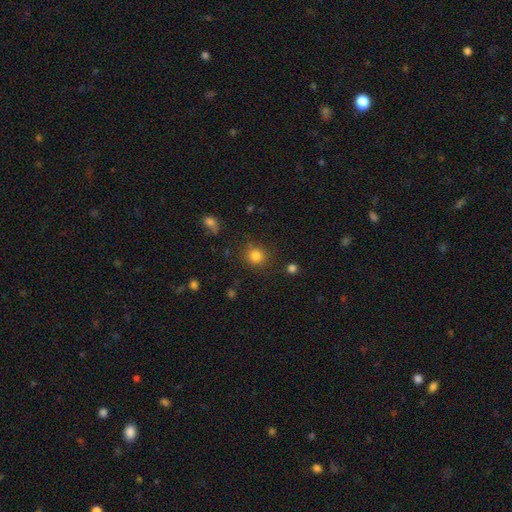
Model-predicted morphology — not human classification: Smooth or featured: smooth — 83% (star or artifact — 12%)
How rounded: round — 88% (in between — 11%)
Merging: none — 83% (minor disturbance — 10%)